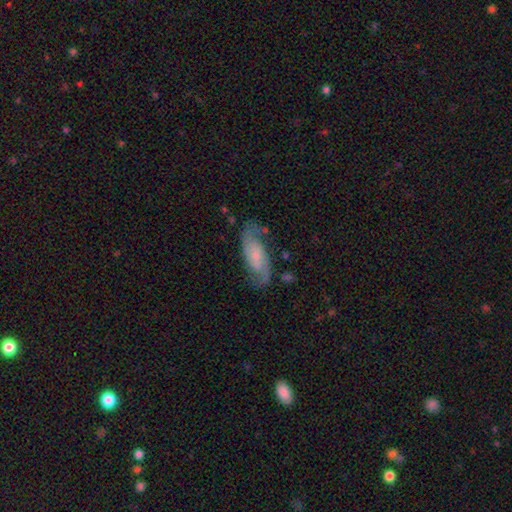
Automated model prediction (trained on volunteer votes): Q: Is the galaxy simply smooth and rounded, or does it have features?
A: featured or disk — 81%.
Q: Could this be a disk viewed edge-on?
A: no — 94%.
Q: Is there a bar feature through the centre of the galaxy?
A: no — 46%.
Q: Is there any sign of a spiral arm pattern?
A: yes — 96%.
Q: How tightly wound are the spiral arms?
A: medium — 49%.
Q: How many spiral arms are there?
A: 2 — 90%.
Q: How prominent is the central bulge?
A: small — 53%.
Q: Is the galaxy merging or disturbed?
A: none — 75%.